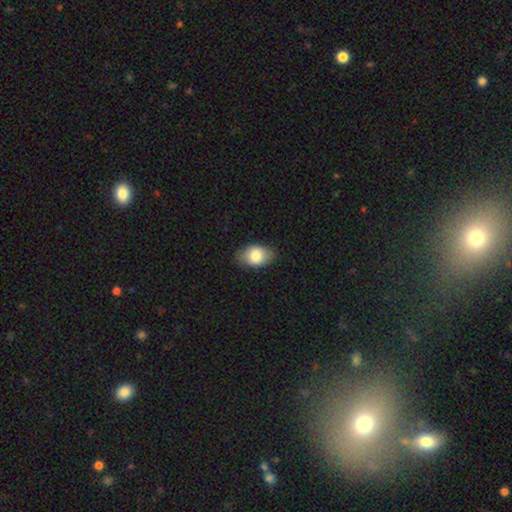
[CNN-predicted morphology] type=smooth (81%); roundness=in between (87%); merging=none (82%).